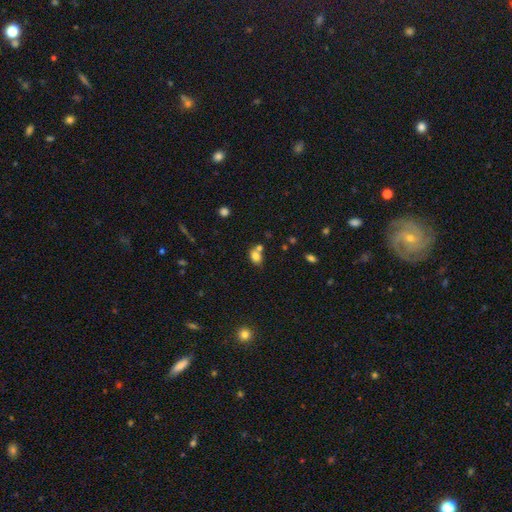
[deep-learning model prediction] Smooth or featured? Predicted: smooth (p=0.78). How rounded? Predicted: in between (p=0.58). Merging? Predicted: none (p=0.47).